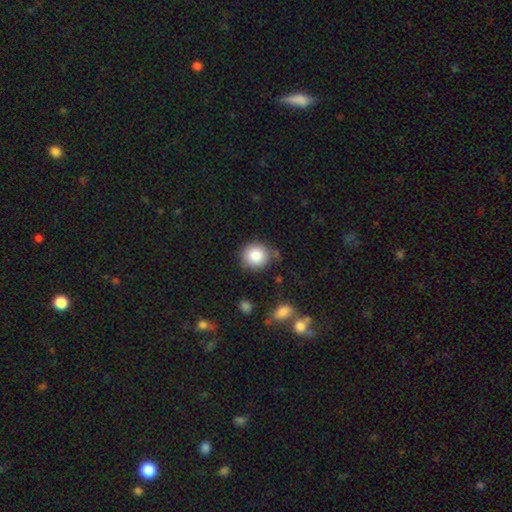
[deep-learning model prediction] Smooth or featured: smooth — 86% (star or artifact — 9%)
How rounded: round — 90% (in between — 9%)
Merging: none — 76% (minor disturbance — 15%)